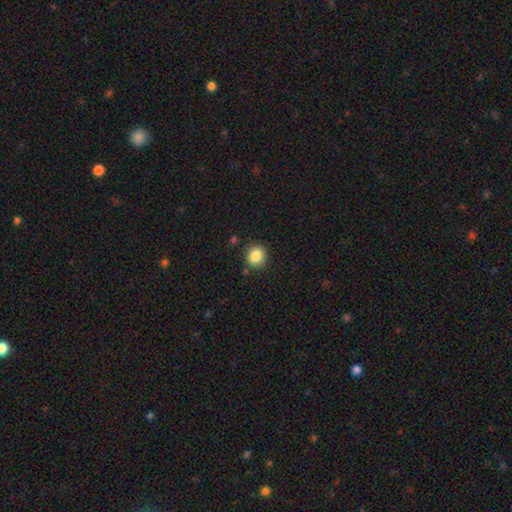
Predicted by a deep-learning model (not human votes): Smooth or featured? Predicted: smooth (p=0.86). How rounded? Predicted: round (p=0.84). Merging? Predicted: none (p=0.84).